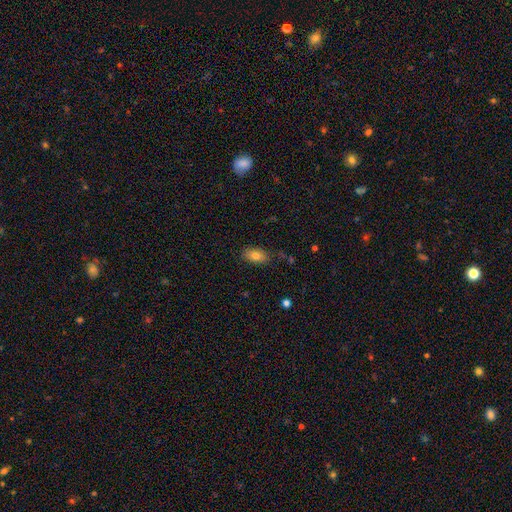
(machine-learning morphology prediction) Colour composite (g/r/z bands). It shows a smooth galaxy with no disk features (80%) that is in between round and cigar-shaped (90%). Merging: none (80%).